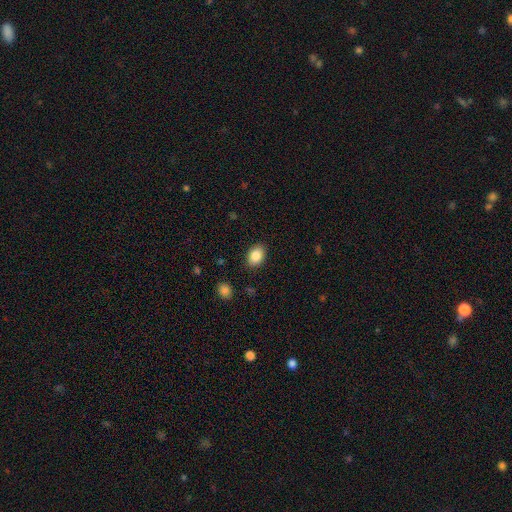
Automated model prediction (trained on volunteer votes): smooth-or-featured: smooth: 87% | star or artifact: 8% | featured or disk: 5%
  how-rounded: in between: 79% | round: 20% | cigar-shaped: 1%
  merging: none: 88% | minor disturbance: 9% | major disturbance: 2% | merger: 1%